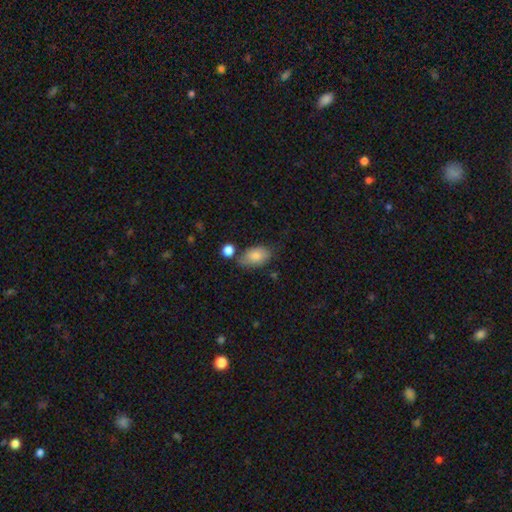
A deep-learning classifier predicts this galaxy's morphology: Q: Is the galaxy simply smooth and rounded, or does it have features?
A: smooth — 83%.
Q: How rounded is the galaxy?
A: in between — 90%.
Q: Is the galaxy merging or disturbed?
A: none — 62%.